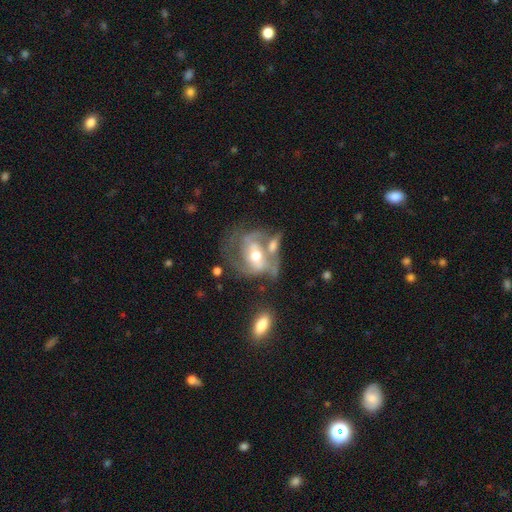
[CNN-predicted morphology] smooth-or-featured: featured or disk: 80% | smooth: 13% | star or artifact: 6%
  disk-edge-on: no: 96% | yes: 4%
    bar: weak: 38% | no: 37% | strong: 26%
    has-spiral-arms: yes: 87% | no: 13%
      spiral-winding: medium: 47% | tight: 34% | loose: 20%
      spiral-arm-count: 2: 56% | can't tell: 18% | 3: 15% | 1: 6% | 4: 2% | more than 4: 2%
    bulge-size: moderate: 69% | small: 21% | large: 7% | none: 1% | dominant: 1%
  merging: none: 37% | merger: 27% | major disturbance: 19% | minor disturbance: 17%